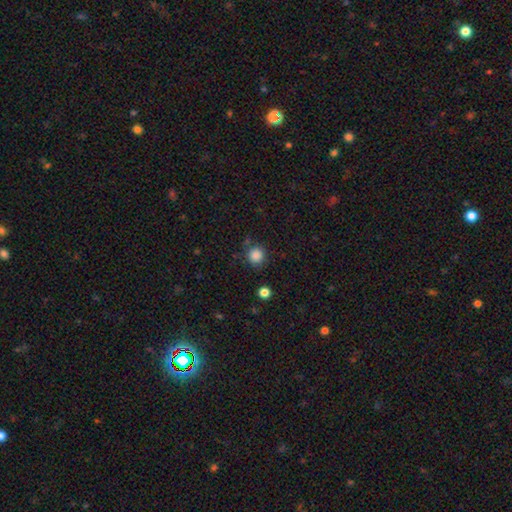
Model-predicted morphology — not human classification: This is clearly a smooth galaxy (85%). How rounded: clearly round (91%). Merging: likely none (80%).